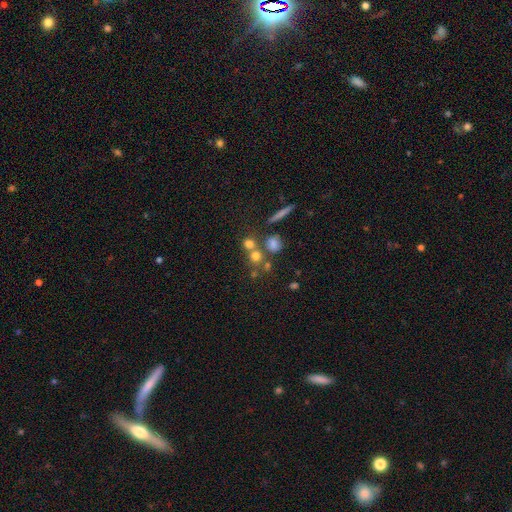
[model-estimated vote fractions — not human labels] smooth 67%, star or artifact 17%, featured or disk 16%. Down the decision tree: how rounded — round (83%); merging — none (53%).